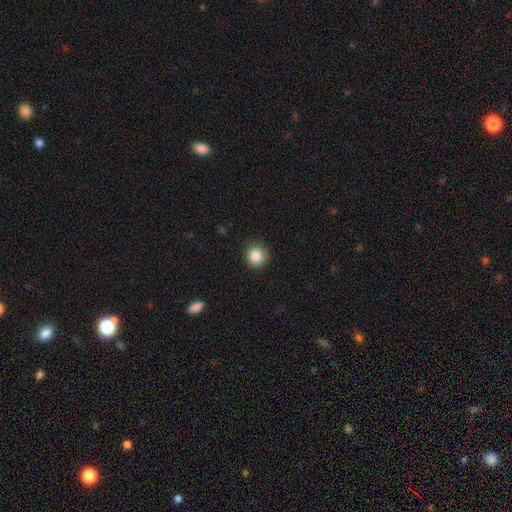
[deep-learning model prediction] A smooth galaxy with no disk features (86%) that is round (92%).

Vote fractions:
- Smooth or featured? smooth: 86% / star or artifact: 10% / featured or disk: 4%
- How rounded? round: 92% / in between: 7% / cigar-shaped: 1%
- Merging? none: 88% / minor disturbance: 8% / major disturbance: 2% / merger: 1%